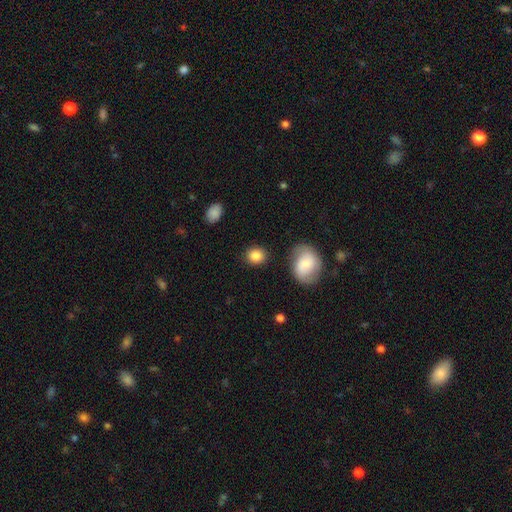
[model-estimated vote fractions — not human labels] Morphology: type=smooth (86%); roundness=round (76%); merging=none (85%).